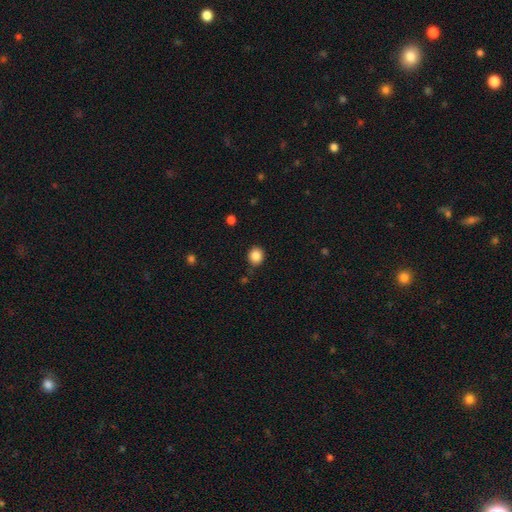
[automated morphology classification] smooth_or_featured: smooth (p=0.86) [alt: star or artifact p=0.10]
how_rounded: round (p=0.85) [alt: in between p=0.14]
merging: none (p=0.85) [alt: minor disturbance p=0.10]